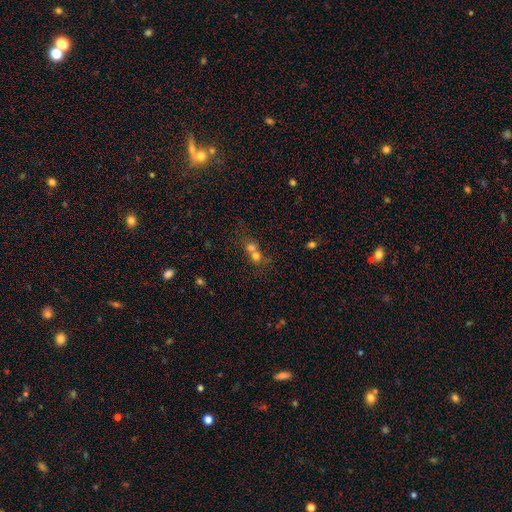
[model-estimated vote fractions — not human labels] Morphology: type=smooth (67%); roundness=round (79%); merging=merger (66%).